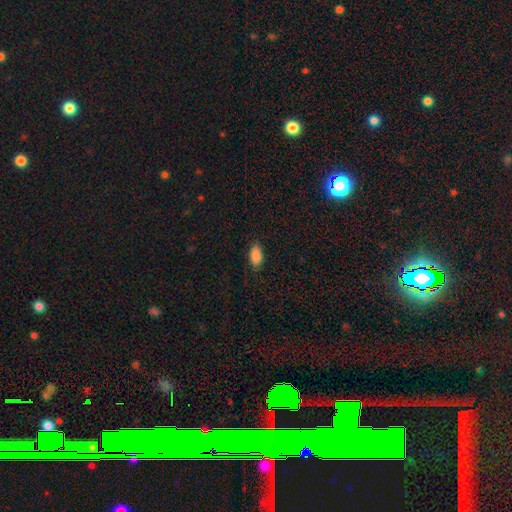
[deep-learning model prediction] Smooth or featured? Predicted: smooth (p=0.88). How rounded? Predicted: in between (p=0.92). Merging? Predicted: none (p=0.82).